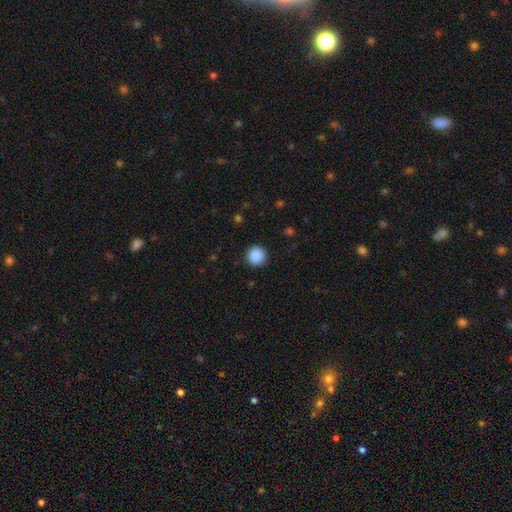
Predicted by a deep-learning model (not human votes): This is clearly a smooth galaxy (88%). How rounded: clearly round (94%). Merging: clearly none (90%).